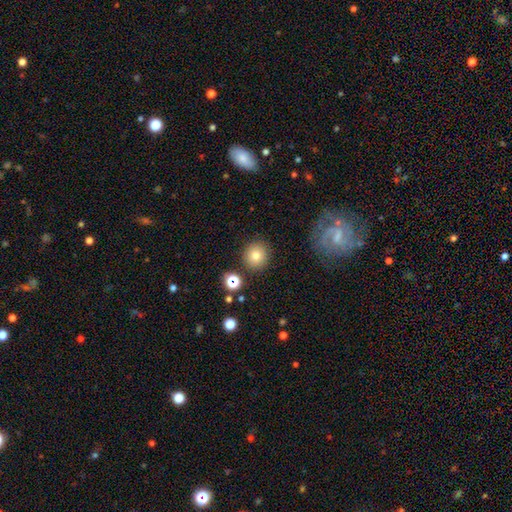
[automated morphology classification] smooth_or_featured: smooth (p=0.78) [alt: star or artifact p=0.13]
how_rounded: round (p=0.90) [alt: in between p=0.09]
merging: none (p=0.87) [alt: minor disturbance p=0.07]